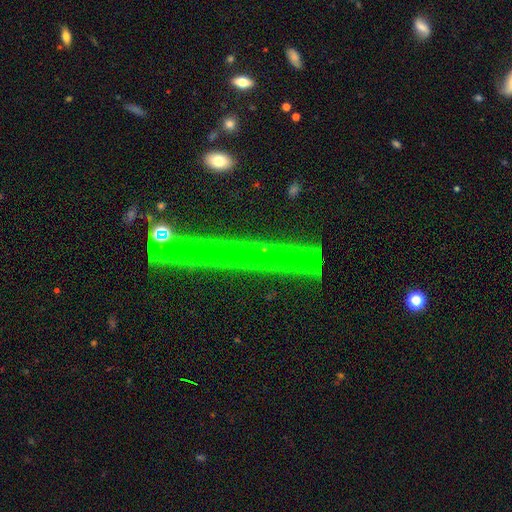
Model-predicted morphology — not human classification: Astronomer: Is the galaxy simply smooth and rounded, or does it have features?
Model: star or artifact — 77%.